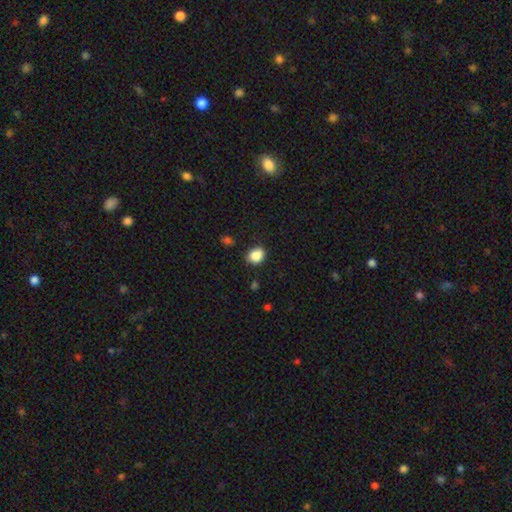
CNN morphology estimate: Smooth or featured? smooth (87%)
How rounded? round (53%)
Merging? none (82%)